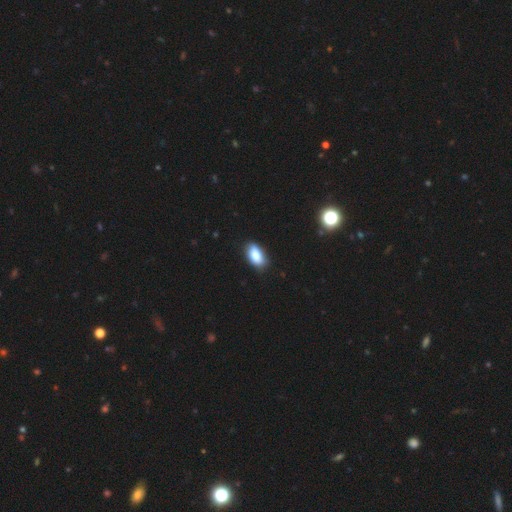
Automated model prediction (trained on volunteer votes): Q: Smooth or featured?
A: smooth (79%); runner-up: featured or disk (13%)
Q: How rounded?
A: in between (91%); runner-up: round (5%)
Q: Merging?
A: none (82%); runner-up: minor disturbance (15%)